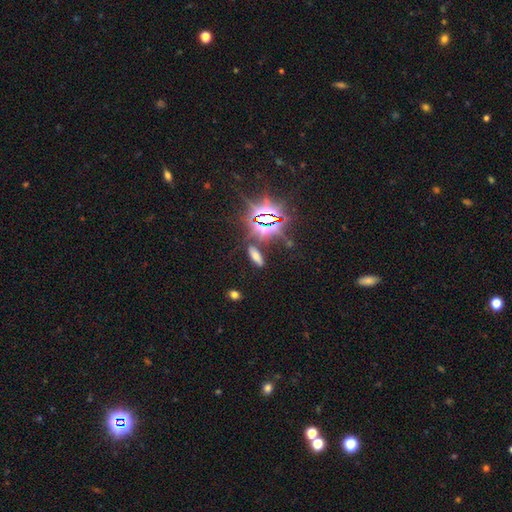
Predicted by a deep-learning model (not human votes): Smooth or featured?
  - smooth: 47% *
  - star or artifact: 39%
  - featured or disk: 14%
Merging?
  - none: 79% *
  - minor disturbance: 11%
  - merger: 5%
  - major disturbance: 5%